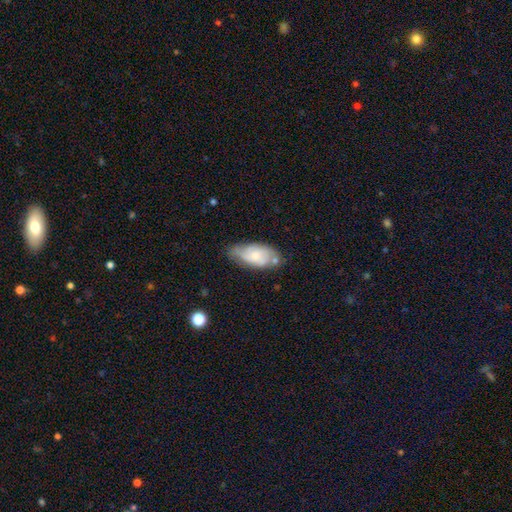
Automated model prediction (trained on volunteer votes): smooth 53%, featured or disk 40%, star or artifact 7%. Down the decision tree: how rounded — in between (89%); merging — none (53%).